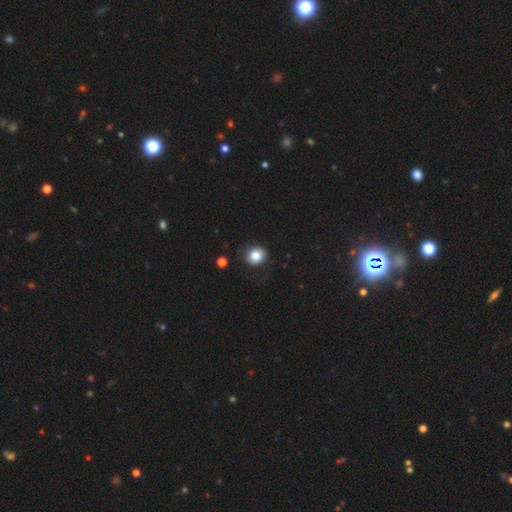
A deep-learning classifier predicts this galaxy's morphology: This is clearly a smooth galaxy (83%). How rounded: clearly round (83%). Merging: clearly none (83%).